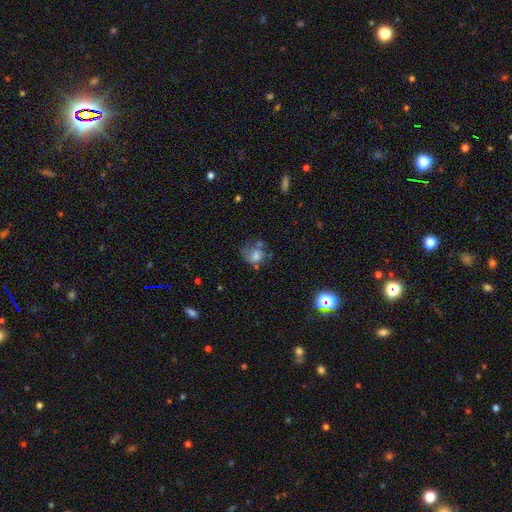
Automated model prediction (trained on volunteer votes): This appears to be a smooth galaxy with no disk features (65%) that is round (62%). Merging: none (40%).